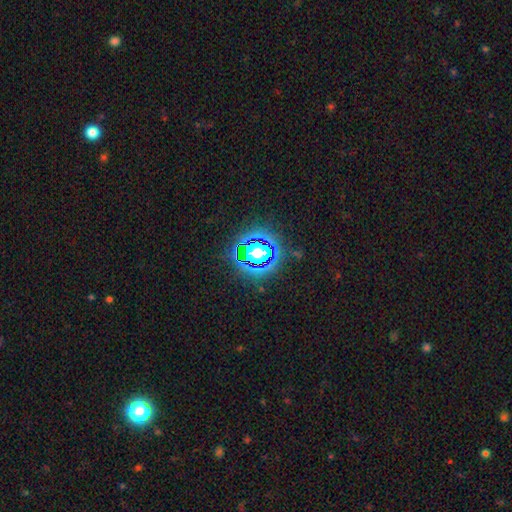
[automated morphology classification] Smooth or featured? star or artifact (81%)